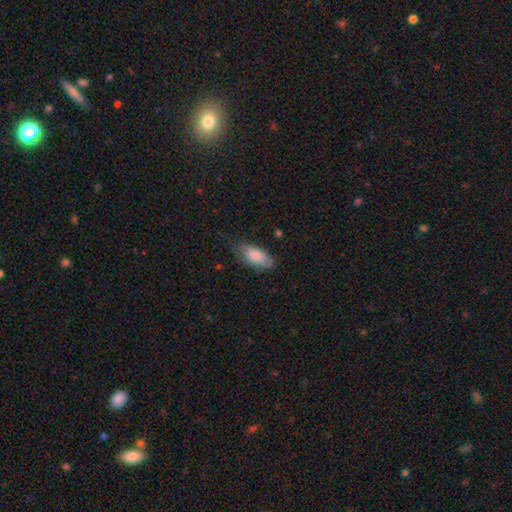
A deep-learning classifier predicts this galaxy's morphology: smooth_or_featured: smooth (p=0.82) [alt: featured or disk p=0.12]
how_rounded: in between (p=0.89) [alt: cigar-shaped p=0.09]
merging: none (p=0.65) [alt: minor disturbance p=0.27]